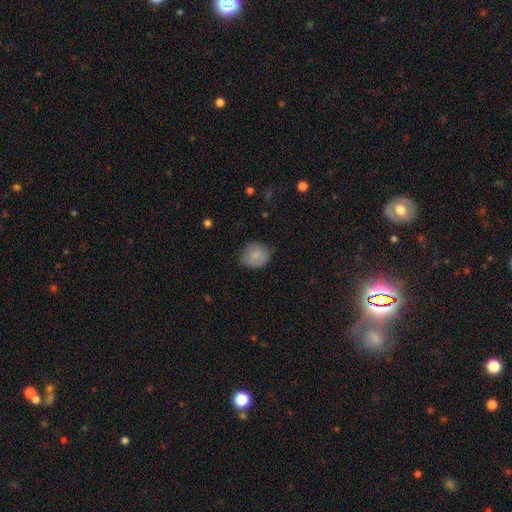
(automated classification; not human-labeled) Smooth or featured? smooth (85%)
How rounded? round (77%)
Merging? none (75%)